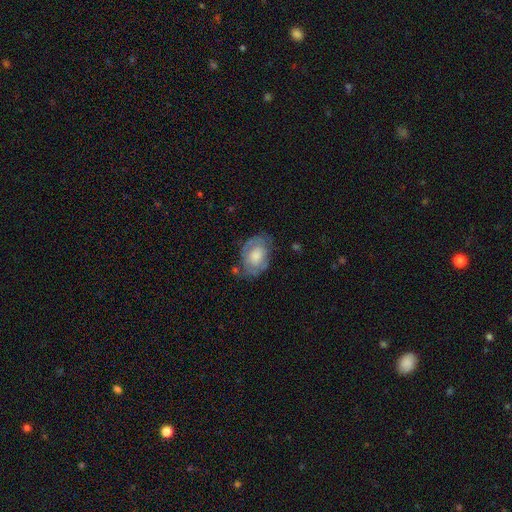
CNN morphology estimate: A smooth galaxy with no disk features (48%).

Vote fractions:
- Smooth or featured? smooth: 48% / featured or disk: 46% / star or artifact: 7%
- Merging? none: 55% / minor disturbance: 29% / major disturbance: 13% / merger: 3%